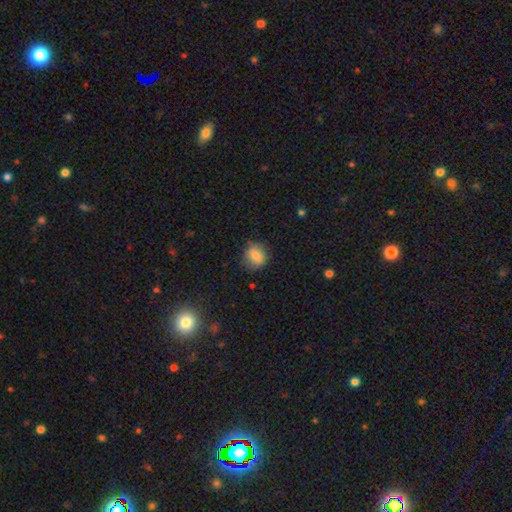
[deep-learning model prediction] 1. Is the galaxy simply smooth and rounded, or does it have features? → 78% smooth, 12% featured or disk, 10% star or artifact.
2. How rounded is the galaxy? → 63% round, 35% in between, 2% cigar-shaped.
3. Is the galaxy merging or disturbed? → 73% none, 20% minor disturbance, 6% major disturbance, 1% merger.